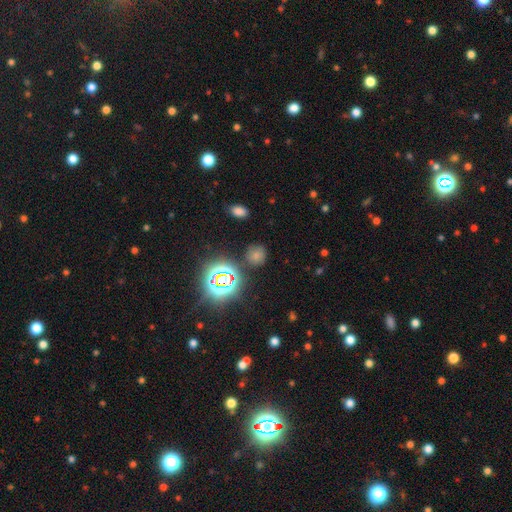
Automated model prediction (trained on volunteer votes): Smooth or featured? smooth (62%)
How rounded? round (84%)
Merging? none (80%)